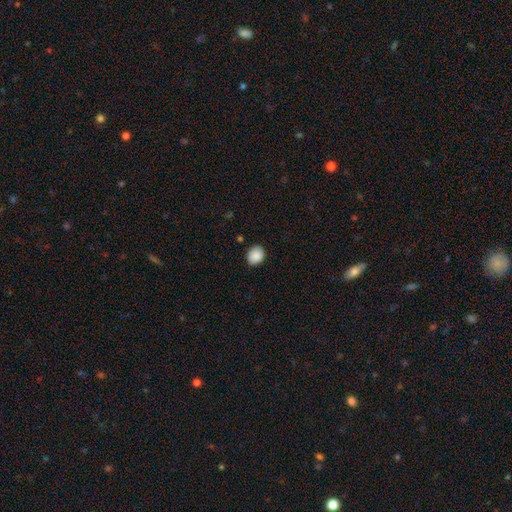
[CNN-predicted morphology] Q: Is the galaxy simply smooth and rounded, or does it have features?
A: smooth — 89%.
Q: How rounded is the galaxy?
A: round — 63%.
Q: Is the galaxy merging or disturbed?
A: none — 87%.